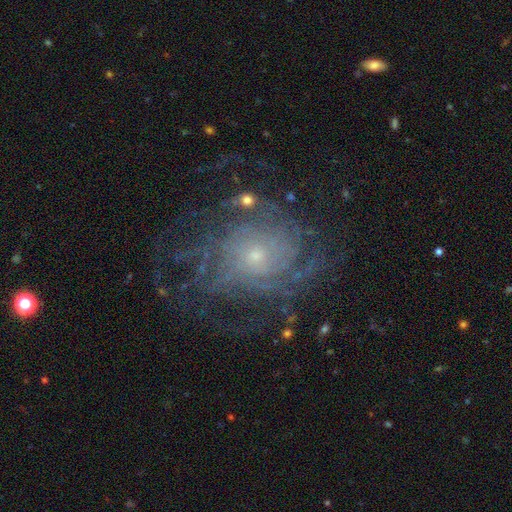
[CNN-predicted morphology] A featured or disk galaxy (75%) with no bar (84%), tight (64%) spiral arms (85%) and a small central bulge (73%). Merging: none (69%).